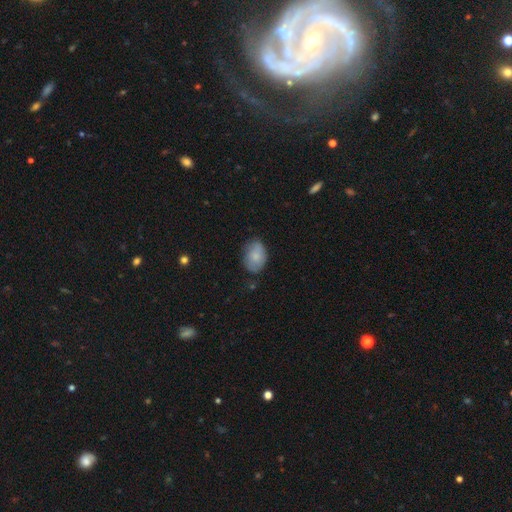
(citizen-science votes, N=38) Smooth or featured? smooth (87%)
How rounded? in between (82%)
Merging? none (58%)